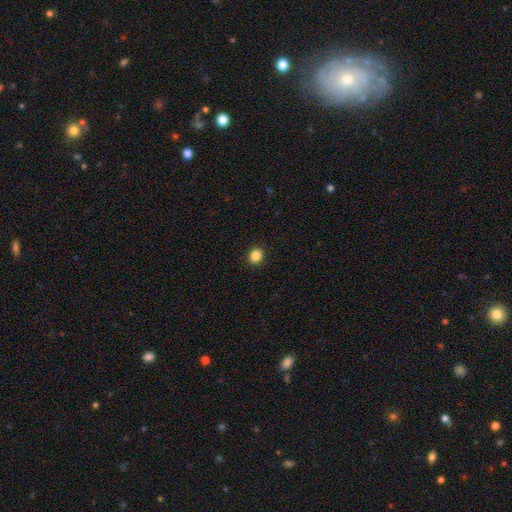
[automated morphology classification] smooth-or-featured: smooth: 86% | star or artifact: 11% | featured or disk: 3%
  how-rounded: round: 81% | in between: 18% | cigar-shaped: 1%
  merging: none: 92% | minor disturbance: 5% | major disturbance: 2% | merger: 1%